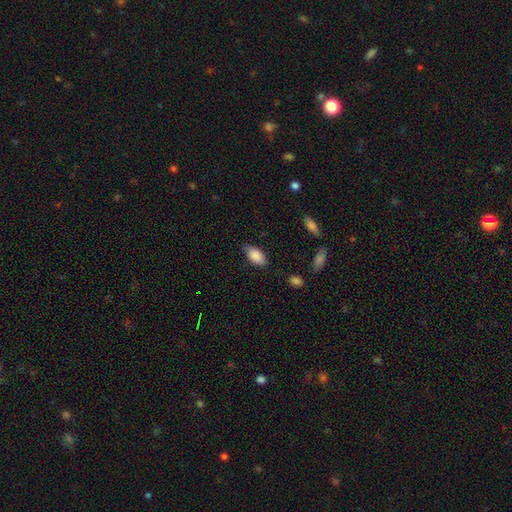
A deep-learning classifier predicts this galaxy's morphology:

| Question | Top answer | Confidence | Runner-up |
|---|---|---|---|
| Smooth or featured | smooth | 87% | star or artifact (7%) |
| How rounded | in between | 93% | cigar-shaped (4%) |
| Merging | none | 77% | minor disturbance (18%) |